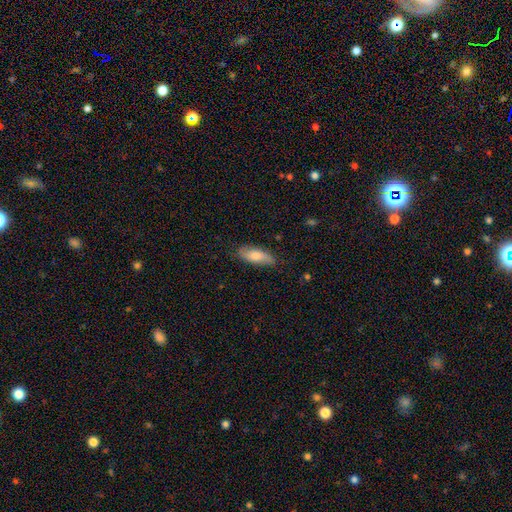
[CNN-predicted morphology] Q: Smooth or featured?
A: smooth (73%); runner-up: featured or disk (21%)
Q: How rounded?
A: in between (69%); runner-up: cigar-shaped (29%)
Q: Merging?
A: none (80%); runner-up: minor disturbance (16%)